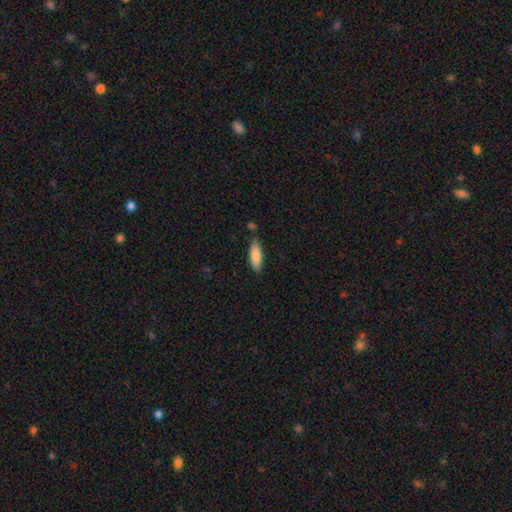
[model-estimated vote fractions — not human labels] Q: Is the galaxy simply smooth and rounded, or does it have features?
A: smooth — 83%.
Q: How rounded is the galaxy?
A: in between — 58%.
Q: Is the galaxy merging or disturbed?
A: none — 79%.